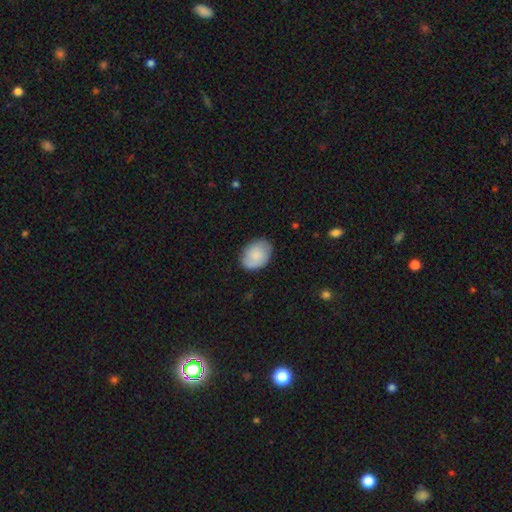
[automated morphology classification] Smooth or featured? Predicted: smooth (p=0.81). How rounded? Predicted: in between (p=0.71). Merging? Predicted: none (p=0.79).